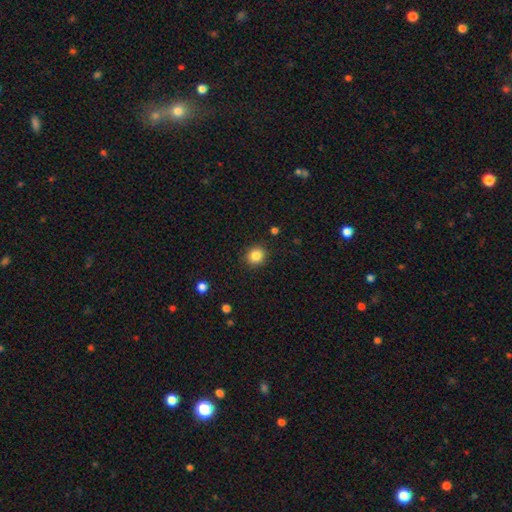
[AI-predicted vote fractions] smooth-or-featured: smooth: 85% | star or artifact: 10% | featured or disk: 5%
  how-rounded: round: 85% | in between: 14% | cigar-shaped: 1%
  merging: none: 89% | minor disturbance: 7% | major disturbance: 2% | merger: 1%